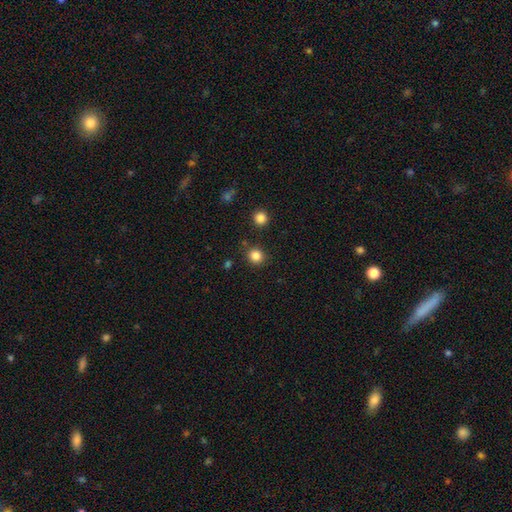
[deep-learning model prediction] Smooth or featured: smooth — 84% (star or artifact — 12%)
How rounded: round — 88% (in between — 11%)
Merging: none — 87% (minor disturbance — 7%)